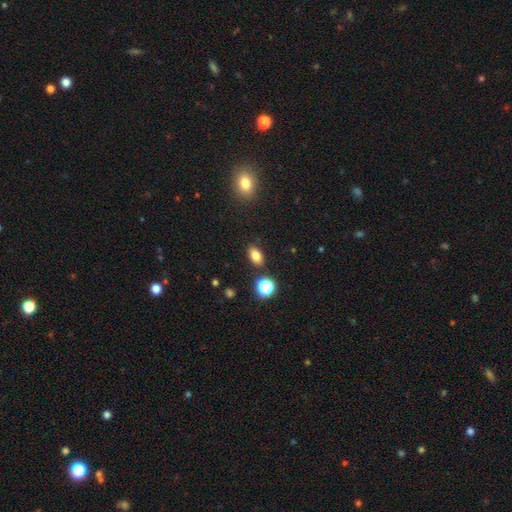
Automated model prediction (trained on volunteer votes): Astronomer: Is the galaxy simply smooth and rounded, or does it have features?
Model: smooth — 79%.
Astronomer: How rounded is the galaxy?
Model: in between — 84%.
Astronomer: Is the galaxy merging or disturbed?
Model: none — 85%.